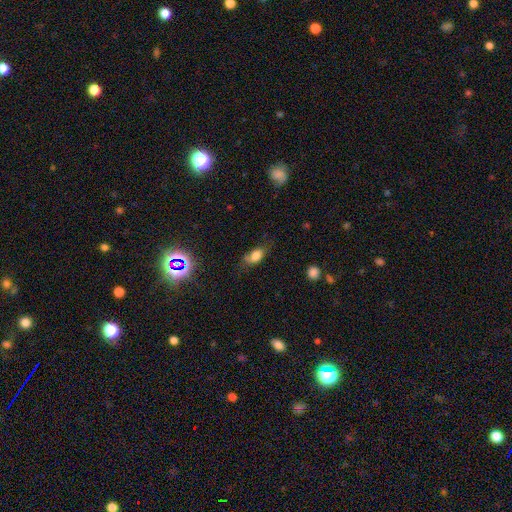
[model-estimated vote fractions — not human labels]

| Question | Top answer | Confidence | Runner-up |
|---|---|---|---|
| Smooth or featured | smooth | 74% | featured or disk (14%) |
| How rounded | in between | 84% | round (10%) |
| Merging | none | 58% | minor disturbance (29%) |